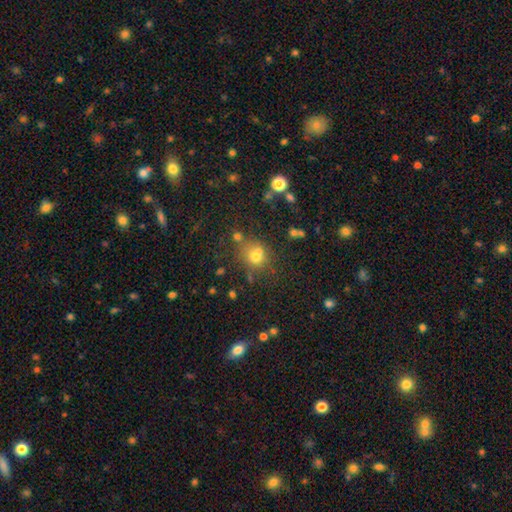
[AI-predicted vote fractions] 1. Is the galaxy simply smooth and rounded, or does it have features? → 64% smooth, 23% star or artifact, 13% featured or disk.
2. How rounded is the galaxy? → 79% round, 20% in between, 1% cigar-shaped.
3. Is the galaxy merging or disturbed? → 59% none, 23% merger, 13% minor disturbance, 6% major disturbance.